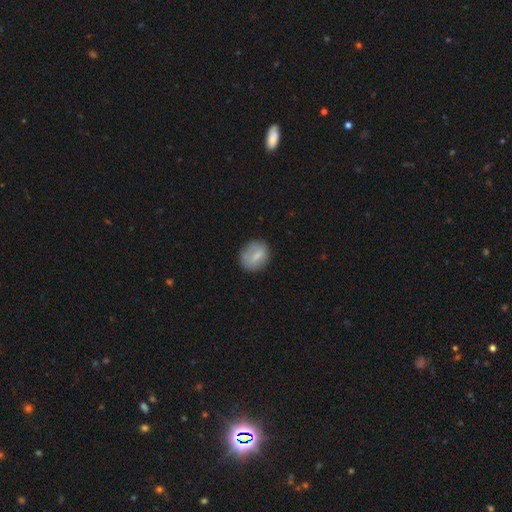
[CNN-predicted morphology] The model was most divided on "how rounded": round: 56%, in between: 42%, cigar-shaped: 2%. More confident: merging — none (77%); smooth or featured — smooth (73%).